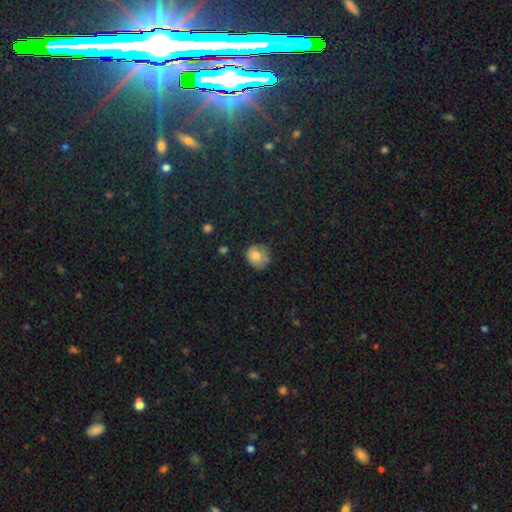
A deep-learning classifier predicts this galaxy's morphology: smooth 76%, featured or disk 13%, star or artifact 11%. Down the decision tree: how rounded — round (77%); merging — none (63%).